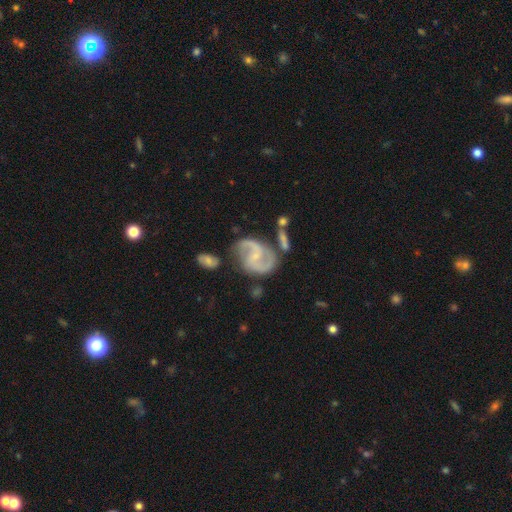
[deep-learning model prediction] A featured or disk galaxy (88%) with a weak bar (44%), 2 (91%) medium (55%) spiral arms (97%) and a small central bulge (72%).

Vote fractions:
- Smooth or featured? featured or disk: 88% / smooth: 6% / star or artifact: 5%
- Edge-on disk? no: 98% / yes: 2%
- Bar? weak: 44% / no: 40% / strong: 15%
- Spiral arms? yes: 97% / no: 3%
- Spiral winding? medium: 55% / loose: 28% / tight: 17%
- Spiral arm count? 2: 91% / can't tell: 3% / 3: 2% / 1: 2% / 4: 1% / more than 4: 1%
- Bulge size? small: 72% / moderate: 15% / none: 11% / large: 1% / dominant: 1%
- Merging? none: 57% / minor disturbance: 21% / merger: 13% / major disturbance: 10%